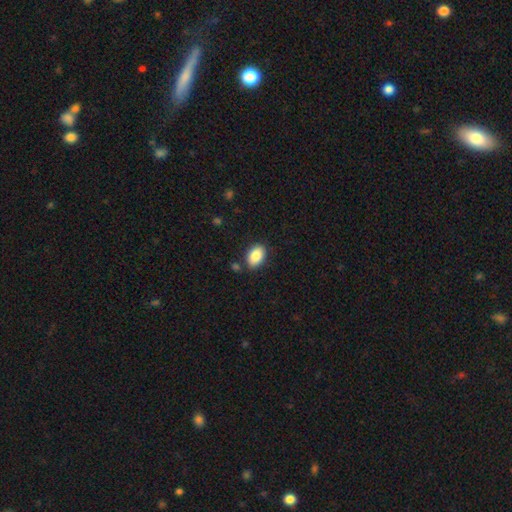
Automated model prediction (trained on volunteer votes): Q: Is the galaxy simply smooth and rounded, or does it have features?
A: smooth — 86%.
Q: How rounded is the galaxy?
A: in between — 87%.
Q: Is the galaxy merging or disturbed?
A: none — 84%.